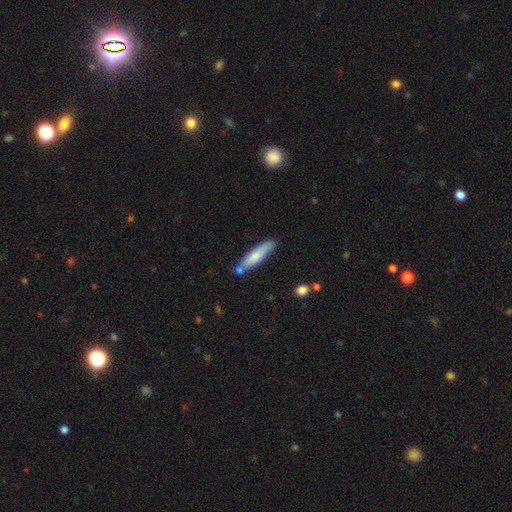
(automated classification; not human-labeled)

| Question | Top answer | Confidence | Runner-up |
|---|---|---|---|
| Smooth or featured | smooth | 73% | featured or disk (21%) |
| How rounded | cigar-shaped | 82% | in between (16%) |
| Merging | none | 69% | minor disturbance (16%) |